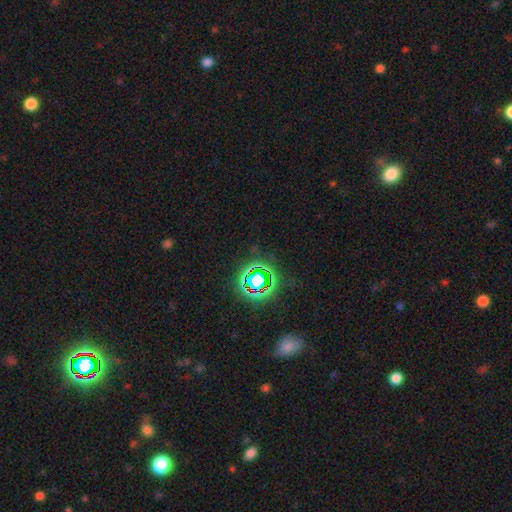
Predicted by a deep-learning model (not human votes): Smooth or featured? Predicted: star or artifact (p=0.77).